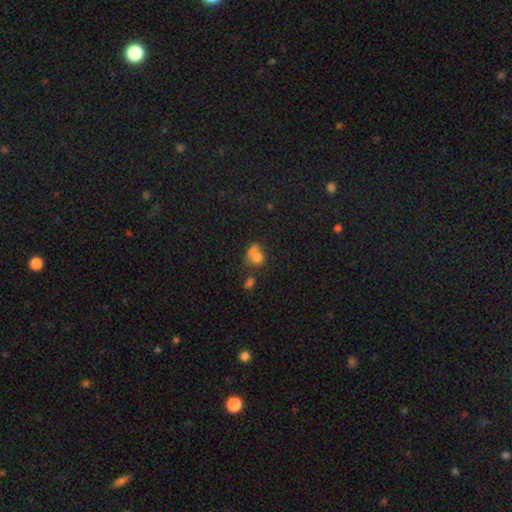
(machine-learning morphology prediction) A smooth galaxy with no disk features (71%) that is round (59%). Merging: merger (47%).